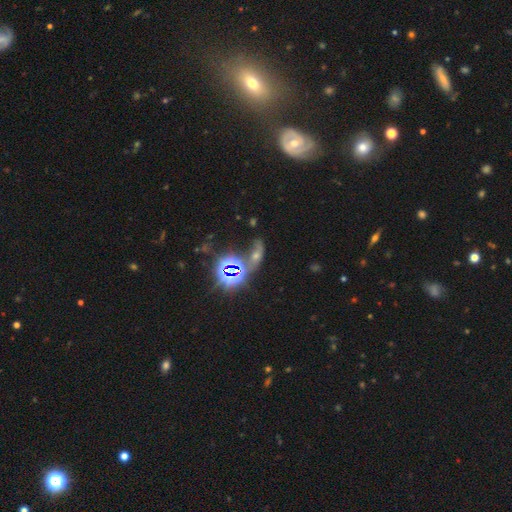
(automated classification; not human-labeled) A star or artifact, not a galaxy (56%).